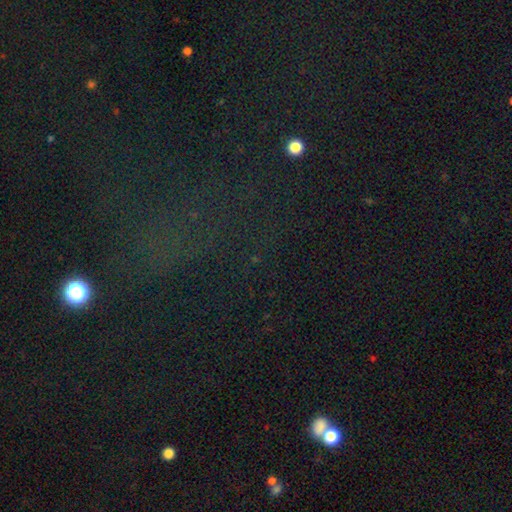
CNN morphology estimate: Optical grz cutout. It shows a star or artifact, not a galaxy (68%).